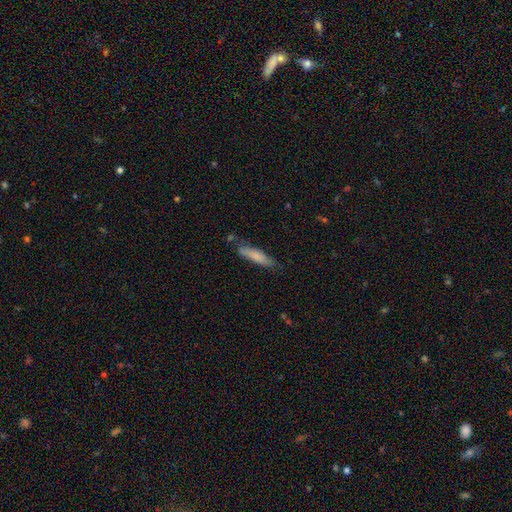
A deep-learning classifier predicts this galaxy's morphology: Smooth or featured?
  - smooth: 74% *
  - featured or disk: 20%
  - star or artifact: 6%
How rounded?
  - cigar-shaped: 77% *
  - in between: 22%
  - round: 2%
Merging?
  - none: 69% *
  - minor disturbance: 21%
  - merger: 5%
  - major disturbance: 4%